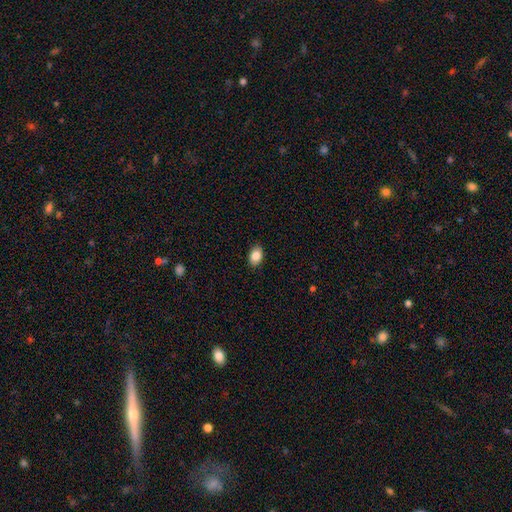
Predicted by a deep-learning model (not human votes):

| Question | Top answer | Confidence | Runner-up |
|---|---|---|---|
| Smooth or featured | smooth | 87% | star or artifact (8%) |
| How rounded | in between | 84% | round (15%) |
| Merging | none | 89% | minor disturbance (8%) |